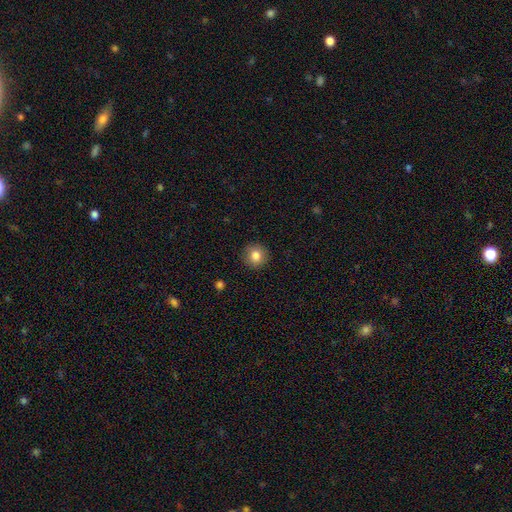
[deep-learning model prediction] The model was most divided on "smooth or featured": smooth: 82%, star or artifact: 10%, featured or disk: 8%. More confident: how rounded — round (92%); merging — none (91%).